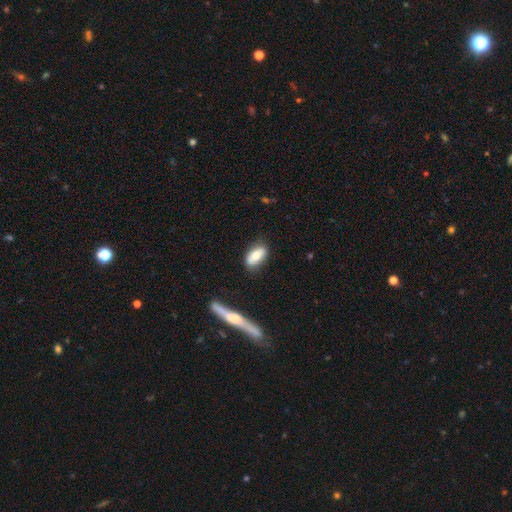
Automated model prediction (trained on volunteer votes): This appears to be a smooth galaxy with no disk features (74%) that is in between round and cigar-shaped (85%). Merging: none (78%).